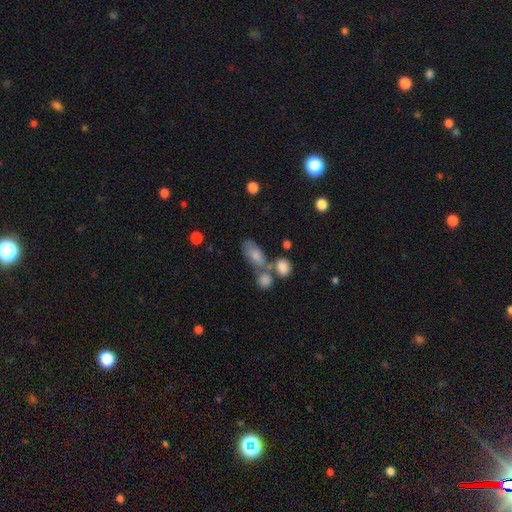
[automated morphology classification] type=smooth (75%); roundness=in between (86%); merging=none (43%).